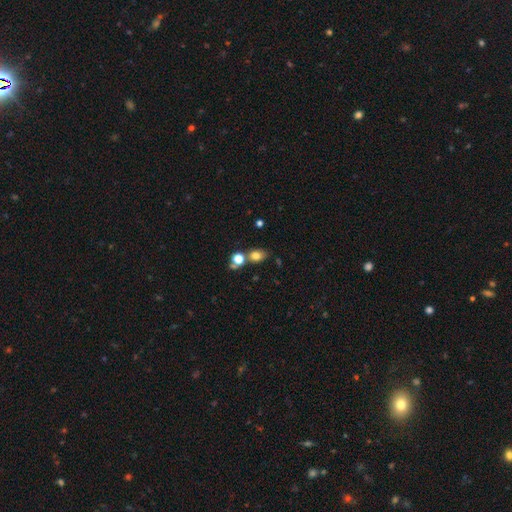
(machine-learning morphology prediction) The model was most divided on "how rounded": in between: 60%, round: 38%, cigar-shaped: 2%. More confident: smooth or featured — smooth (75%); merging — none (63%).